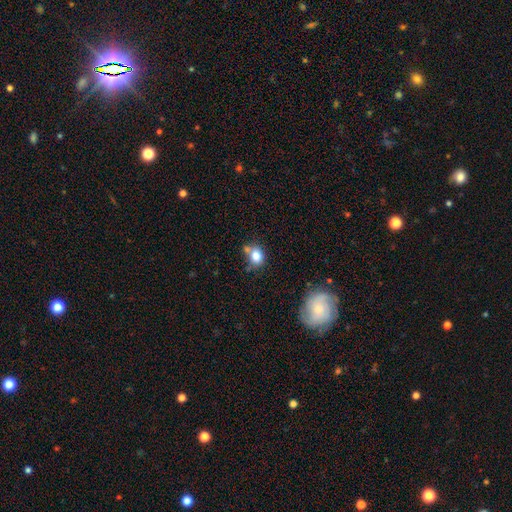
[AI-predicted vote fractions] Morphology: type=smooth (80%); roundness=round (58%); merging=none (53%).